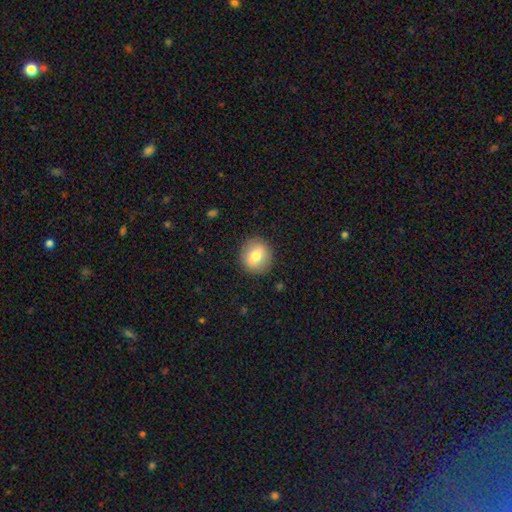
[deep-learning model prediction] This appears to be a smooth galaxy with no disk features (73%) that is round (87%). Merging: none (89%).